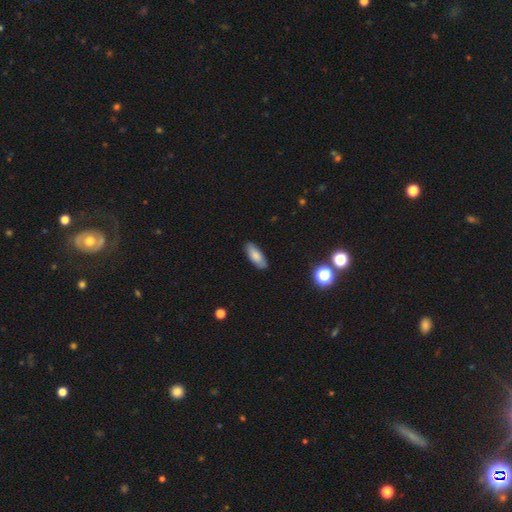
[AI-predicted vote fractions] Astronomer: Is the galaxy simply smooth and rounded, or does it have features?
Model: smooth — 77%.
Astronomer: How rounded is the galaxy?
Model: in between — 75%.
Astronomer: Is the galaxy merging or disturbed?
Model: none — 85%.